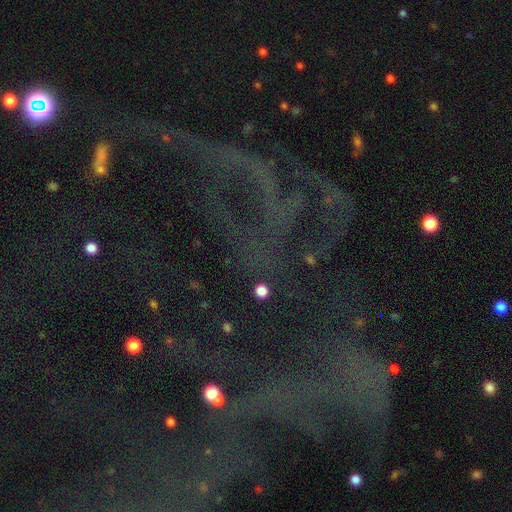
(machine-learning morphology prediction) type=star or artifact (70%).